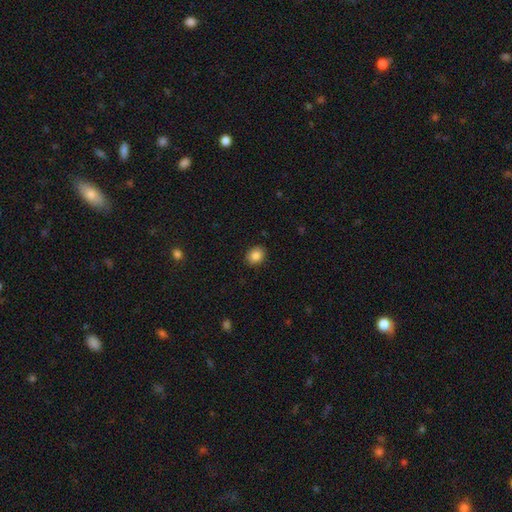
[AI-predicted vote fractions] A smooth galaxy with no disk features (86%) that is round (54%). Merging: none (89%).